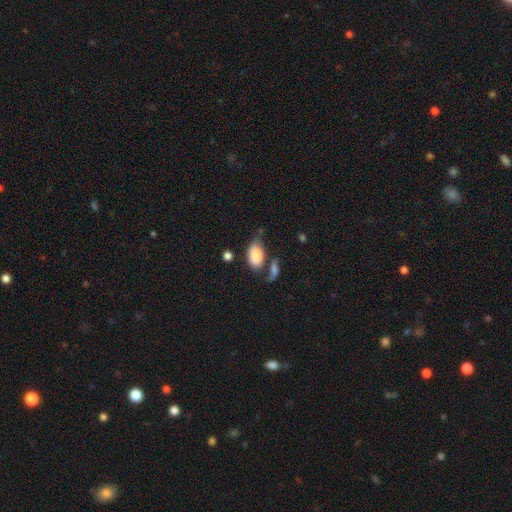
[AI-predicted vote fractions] This is clearly a smooth galaxy (83%). How rounded: clearly in between (93%). Merging: possibly none (47%).